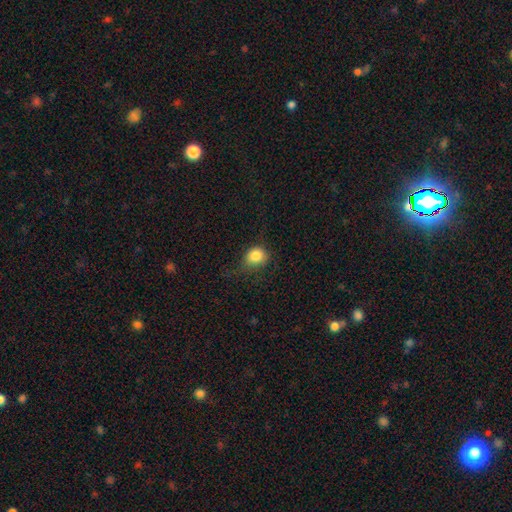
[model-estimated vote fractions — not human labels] The model was most divided on "merging": none: 57%, minor disturbance: 28%, major disturbance: 13%, merger: 2%. More confident: smooth or featured — smooth (83%); how rounded — round (68%).